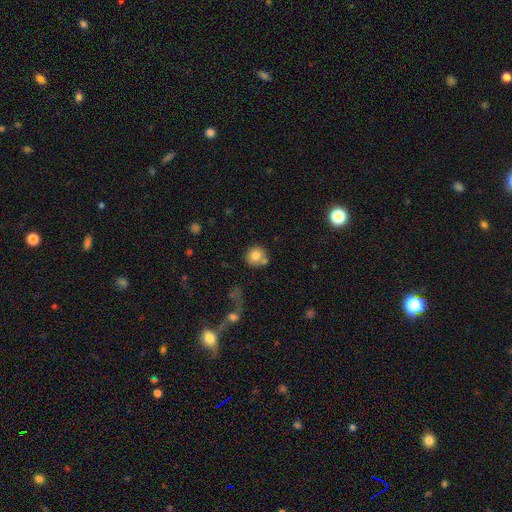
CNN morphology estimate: smooth-or-featured: smooth: 78% | featured or disk: 12% | star or artifact: 10%
  how-rounded: round: 89% | in between: 10% | cigar-shaped: 1%
  merging: none: 64% | merger: 20% | minor disturbance: 12% | major disturbance: 4%